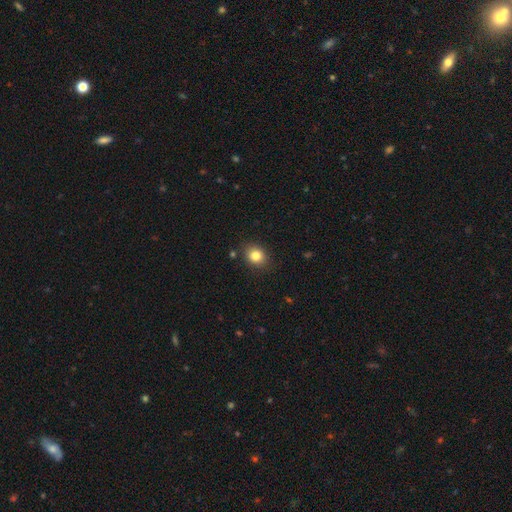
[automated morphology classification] Smooth or featured? smooth (82%)
How rounded? round (60%)
Merging? none (85%)